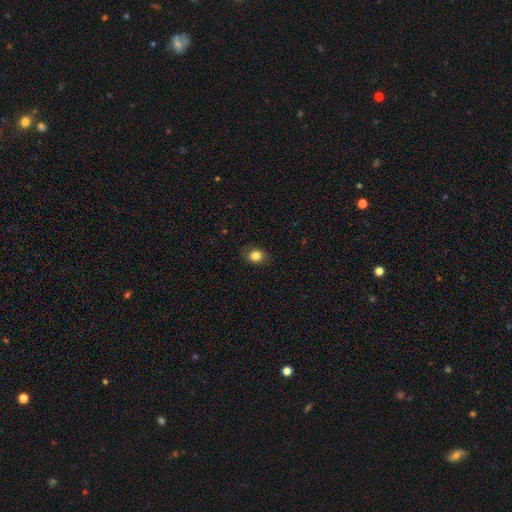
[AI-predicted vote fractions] The model was most divided on "how rounded": round: 50%, in between: 49%, cigar-shaped: 1%. More confident: smooth or featured — smooth (83%); merging — none (83%).